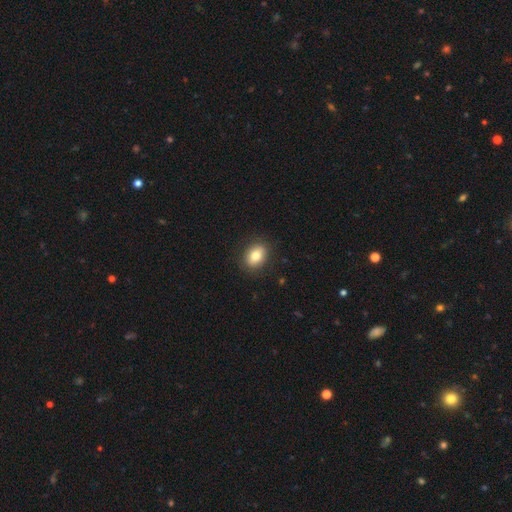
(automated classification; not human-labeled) This appears to be a smooth galaxy with no disk features (80%) that is in between round and cigar-shaped (69%). Merging: none (88%).